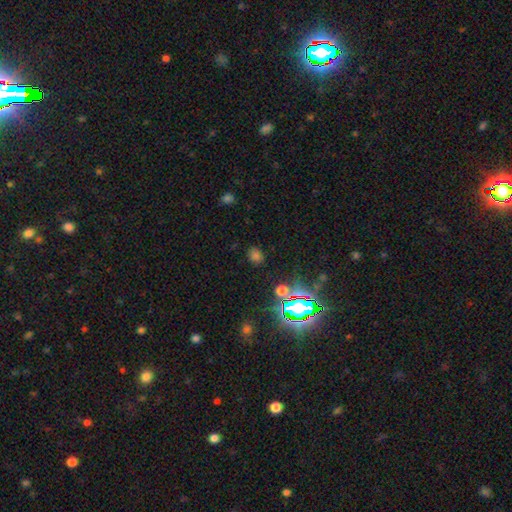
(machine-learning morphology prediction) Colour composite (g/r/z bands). It shows a smooth galaxy with no disk features (50%). Merging: none (82%).